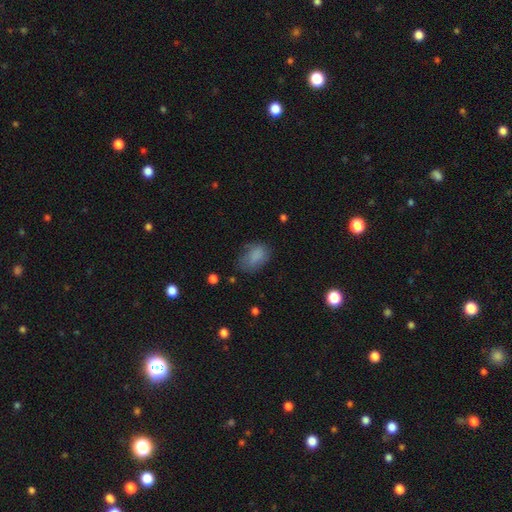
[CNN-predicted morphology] A smooth galaxy with no disk features (81%) that is in between round and cigar-shaped (85%). Merging: none (57%).